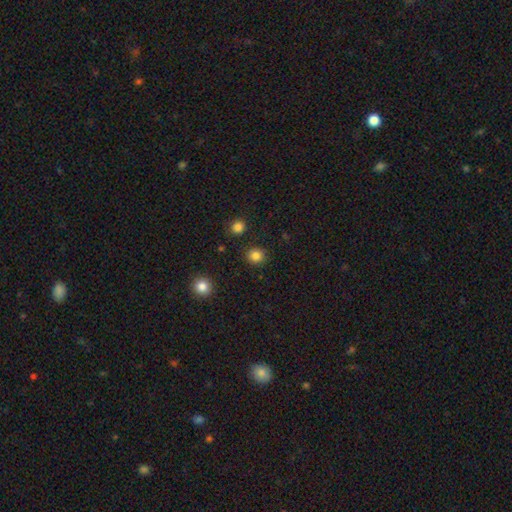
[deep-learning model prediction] Morphology: type=smooth (84%); roundness=round (88%); merging=none (90%).